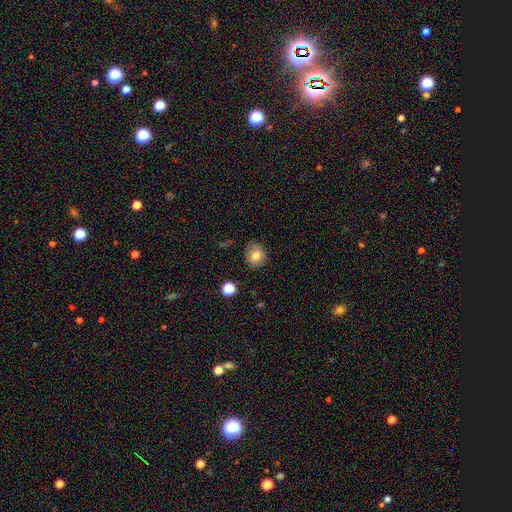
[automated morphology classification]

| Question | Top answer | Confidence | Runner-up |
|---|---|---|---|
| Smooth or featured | smooth | 79% | star or artifact (11%) |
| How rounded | round | 69% | in between (30%) |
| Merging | none | 77% | minor disturbance (17%) |